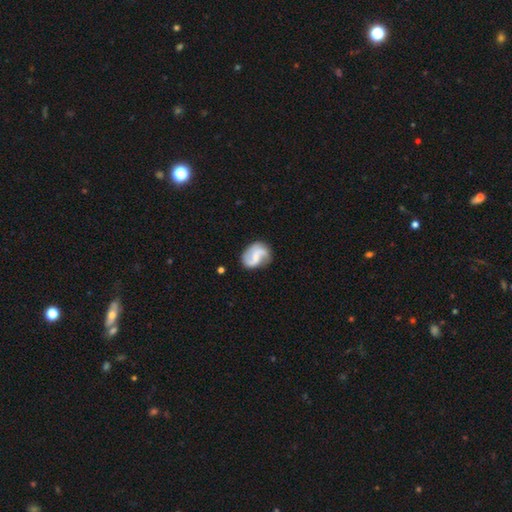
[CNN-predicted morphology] Smooth or featured? Predicted: featured or disk (p=0.73). Edge-on disk? Predicted: no (p=0.98). Bar? Predicted: weak (p=0.46). Spiral arms? Predicted: yes (p=0.92). Spiral winding? Predicted: loose (p=0.57). Spiral arm count? Predicted: 2 (p=0.84). Bulge size? Predicted: small (p=0.41). Merging? Predicted: none (p=0.68).